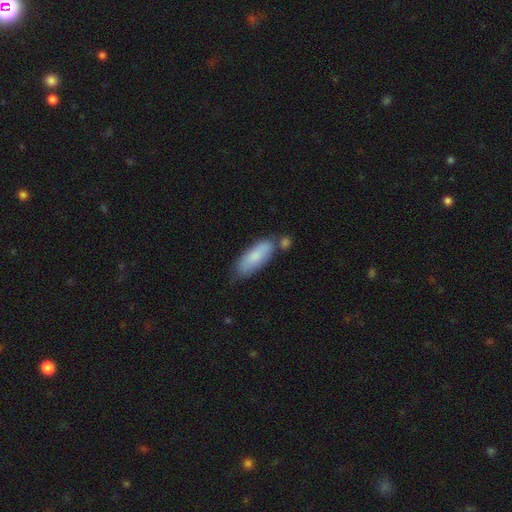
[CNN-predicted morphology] Smooth or featured: smooth — 81% (featured or disk — 13%)
How rounded: in between — 64% (cigar-shaped — 35%)
Merging: none — 58% (minor disturbance — 21%)